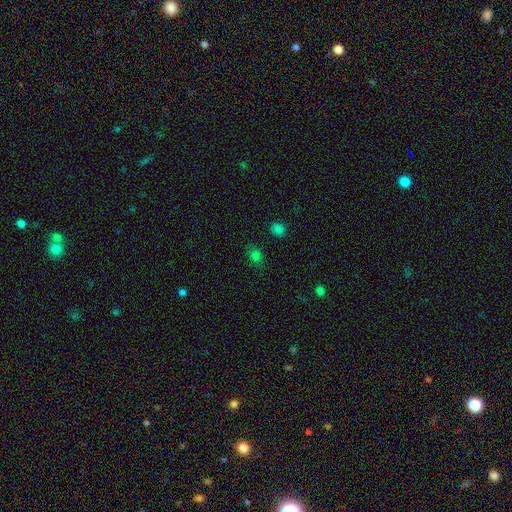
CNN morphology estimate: smooth 73%, star or artifact 21%, featured or disk 6%. Down the decision tree: how rounded — in between (57%); merging — none (81%).